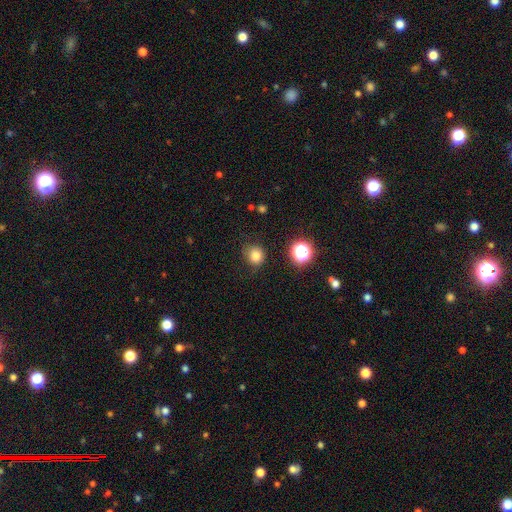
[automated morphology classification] Q: Smooth or featured?
A: smooth (81%); runner-up: star or artifact (14%)
Q: How rounded?
A: round (86%); runner-up: in between (13%)
Q: Merging?
A: none (79%); runner-up: minor disturbance (15%)